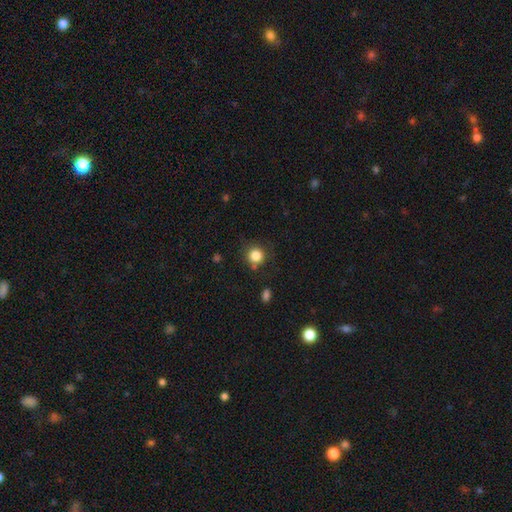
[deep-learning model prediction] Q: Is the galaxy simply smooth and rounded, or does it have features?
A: smooth — 83%.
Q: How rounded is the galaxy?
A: round — 91%.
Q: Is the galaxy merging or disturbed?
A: none — 79%.